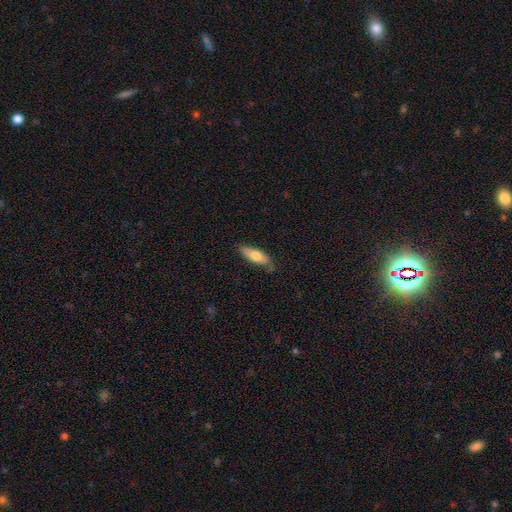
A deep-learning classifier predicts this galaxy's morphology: smooth 67%, featured or disk 27%, star or artifact 6%. Down the decision tree: how rounded — in between (57%); merging — none (75%).